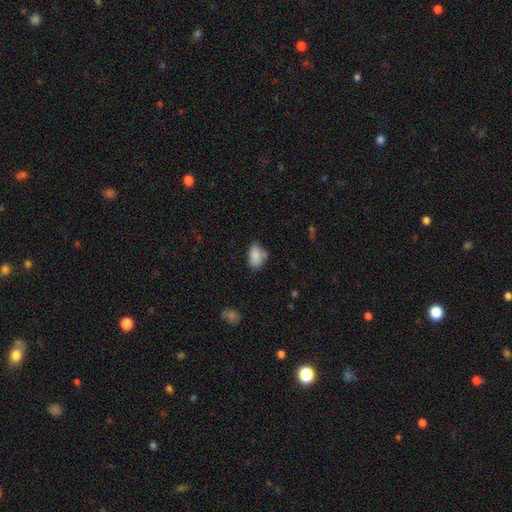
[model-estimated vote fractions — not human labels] Smooth or featured?
  - smooth: 82% *
  - featured or disk: 10%
  - star or artifact: 8%
How rounded?
  - in between: 85% *
  - round: 13%
  - cigar-shaped: 2%
Merging?
  - none: 54% *
  - minor disturbance: 31%
  - major disturbance: 8%
  - merger: 7%